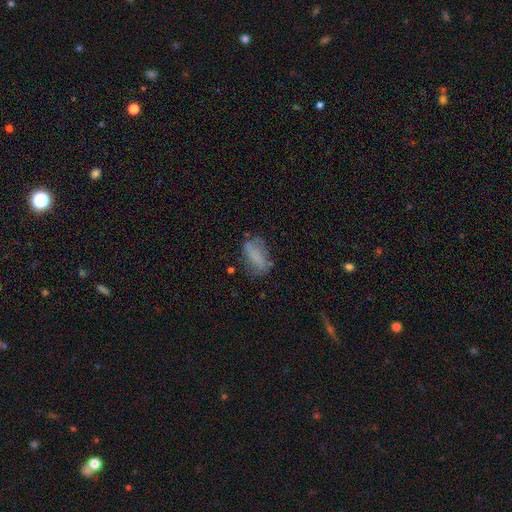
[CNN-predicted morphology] This appears to be a smooth galaxy with no disk features (58%) that is in between round and cigar-shaped (81%). Merging: none (54%).